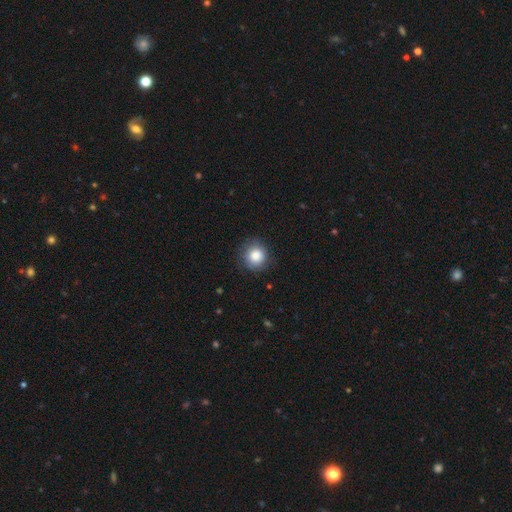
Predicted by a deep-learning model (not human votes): A smooth galaxy with no disk features (85%) that is round (91%).

Vote fractions:
- Smooth or featured? smooth: 85% / star or artifact: 8% / featured or disk: 7%
- How rounded? round: 91% / in between: 8% / cigar-shaped: 1%
- Merging? none: 85% / minor disturbance: 11% / major disturbance: 3% / merger: 1%